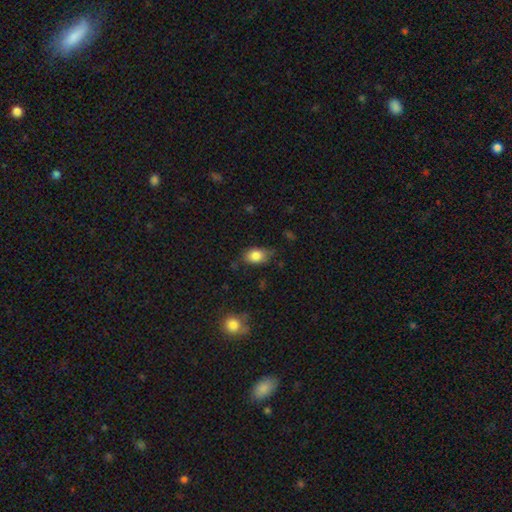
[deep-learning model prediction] Q: Smooth or featured?
A: smooth (83%); runner-up: star or artifact (8%)
Q: How rounded?
A: in between (80%); runner-up: round (18%)
Q: Merging?
A: none (69%); runner-up: minor disturbance (24%)